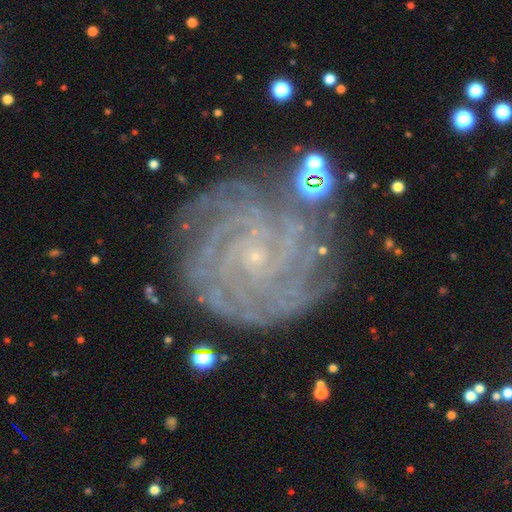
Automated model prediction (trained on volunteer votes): Smooth or featured?
  - featured or disk: 87% *
  - star or artifact: 7%
  - smooth: 6%
Edge-on disk?
  - no: 98% *
  - yes: 2%
Bar?
  - no: 73% *
  - weak: 20%
  - strong: 7%
Spiral arms?
  - yes: 98% *
  - no: 2%
Spiral winding?
  - tight: 84% *
  - medium: 14%
  - loose: 2%
Spiral arm count?
  - more than 4: 26% *
  - 4: 25%
  - can't tell: 19%
  - 3: 12%
  - 2: 10%
  - 1: 8%
Bulge size?
  - small: 88% *
  - moderate: 6%
  - none: 4%
  - large: 1%
  - dominant: 1%
Merging?
  - none: 78% *
  - minor disturbance: 14%
  - major disturbance: 5%
  - merger: 3%